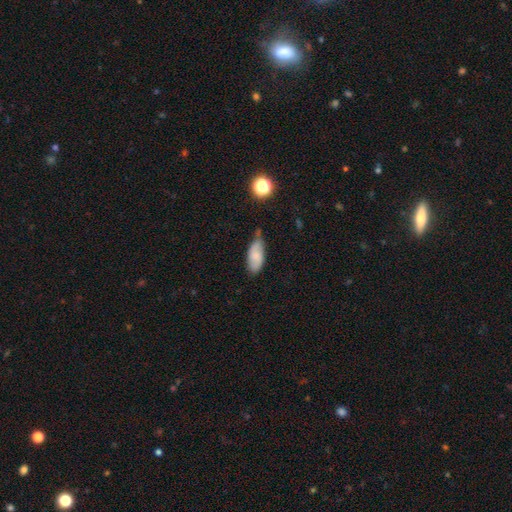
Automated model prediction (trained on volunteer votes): Smooth or featured? smooth (75%)
How rounded? in between (85%)
Merging? none (50%)